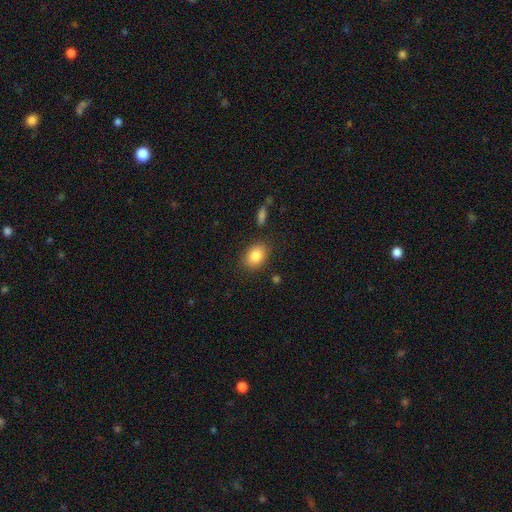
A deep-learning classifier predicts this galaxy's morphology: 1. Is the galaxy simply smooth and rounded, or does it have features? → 84% smooth, 8% star or artifact, 8% featured or disk.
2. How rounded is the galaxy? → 74% in between, 25% round, 1% cigar-shaped.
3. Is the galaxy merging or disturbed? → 84% none, 11% minor disturbance, 3% major disturbance, 2% merger.